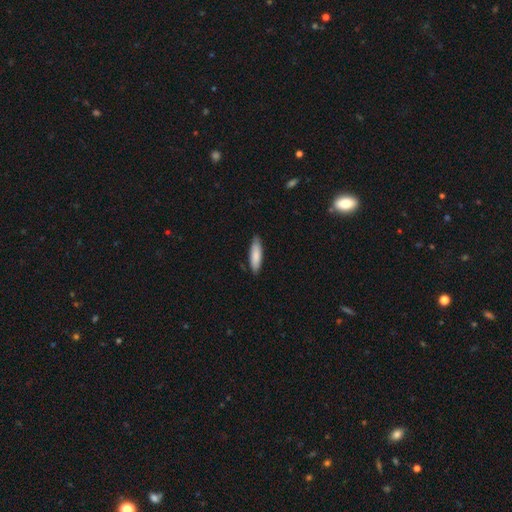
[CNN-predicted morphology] A smooth galaxy with no disk features (84%) that is cigar-shaped (58%).

Vote fractions:
- Smooth or featured? smooth: 84% / featured or disk: 11% / star or artifact: 5%
- How rounded? cigar-shaped: 58% / in between: 41% / round: 1%
- Merging? none: 84% / minor disturbance: 13% / major disturbance: 2% / merger: 1%